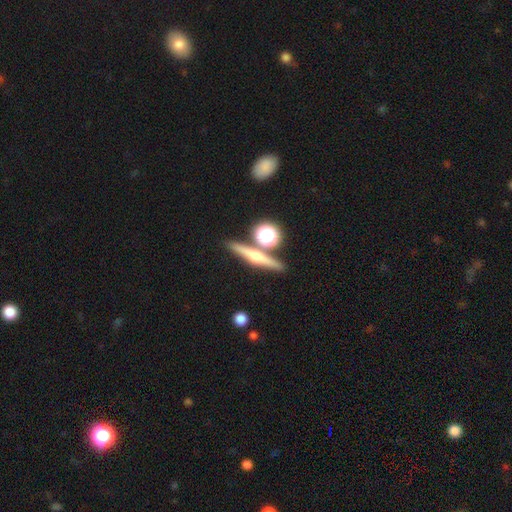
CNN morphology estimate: A featured or disk galaxy (61%) viewed edge-on (94%) with a rounded central bulge (90%). Merging: none (79%).